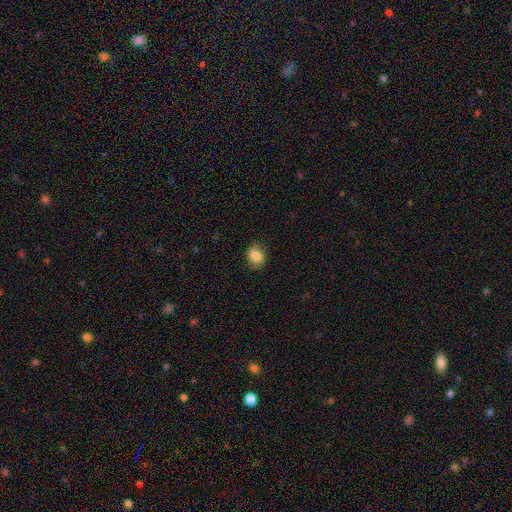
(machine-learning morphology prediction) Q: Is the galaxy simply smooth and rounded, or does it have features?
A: smooth — 85%.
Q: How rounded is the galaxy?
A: round — 53%.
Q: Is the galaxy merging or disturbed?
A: none — 80%.